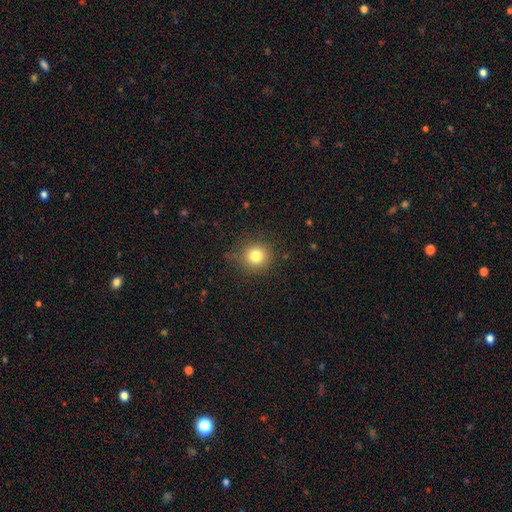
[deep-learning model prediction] This appears to be a smooth galaxy with no disk features (81%) that is round (91%). Merging: none (84%).